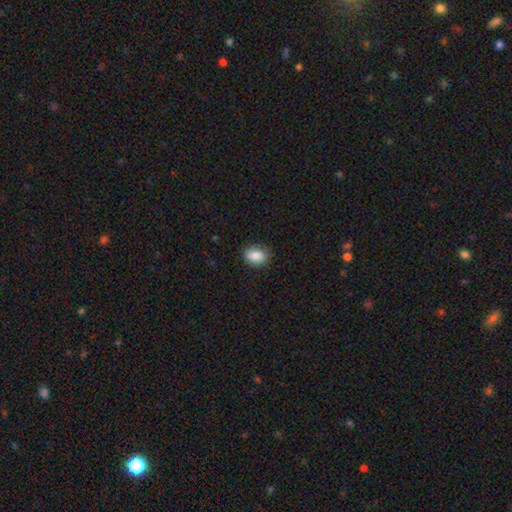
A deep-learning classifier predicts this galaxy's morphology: This appears to be a smooth galaxy with no disk features (82%) that is in between round and cigar-shaped (66%). Merging: none (84%).